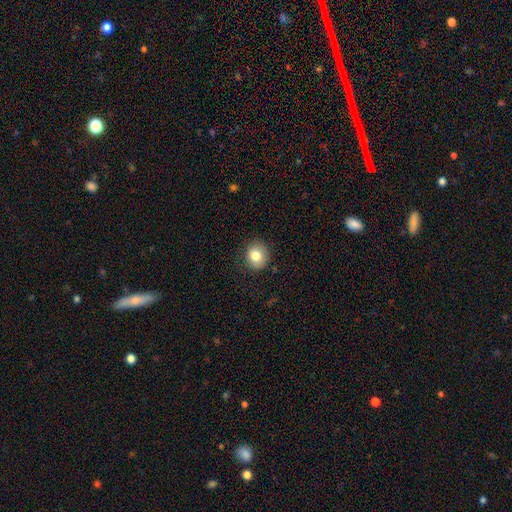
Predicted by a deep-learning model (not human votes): Smooth or featured? smooth (81%)
How rounded? round (69%)
Merging? none (82%)